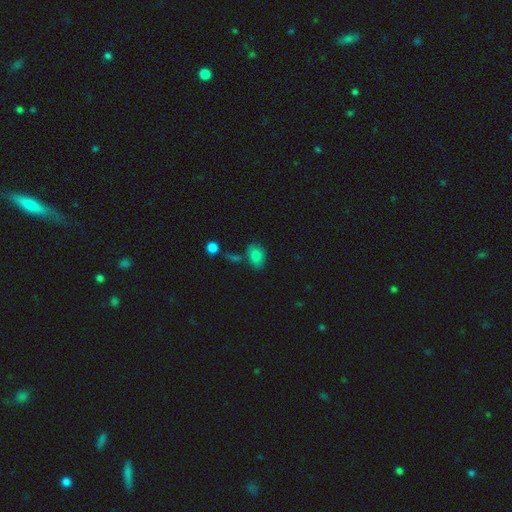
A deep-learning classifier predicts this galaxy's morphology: smooth_or_featured: smooth (p=0.82) [alt: star or artifact p=0.10]
how_rounded: in between (p=0.78) [alt: round p=0.21]
merging: none (p=0.66) [alt: minor disturbance p=0.18]